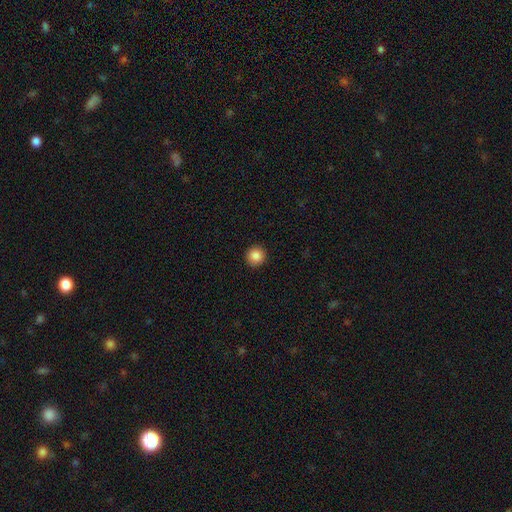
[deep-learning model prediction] Smooth or featured?
  - smooth: 87% *
  - star or artifact: 9%
  - featured or disk: 4%
How rounded?
  - round: 93% *
  - in between: 6%
  - cigar-shaped: 1%
Merging?
  - none: 93% *
  - minor disturbance: 5%
  - major disturbance: 2%
  - merger: 1%